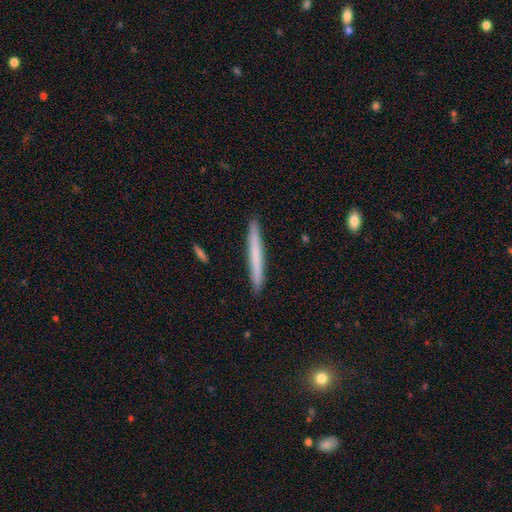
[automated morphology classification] A smooth galaxy with no disk features (64%) that is cigar-shaped (97%).

Vote fractions:
- Smooth or featured? smooth: 64% / featured or disk: 30% / star or artifact: 6%
- How rounded? cigar-shaped: 97% / in between: 2% / round: 1%
- Merging? none: 92% / minor disturbance: 6% / major disturbance: 1% / merger: 1%